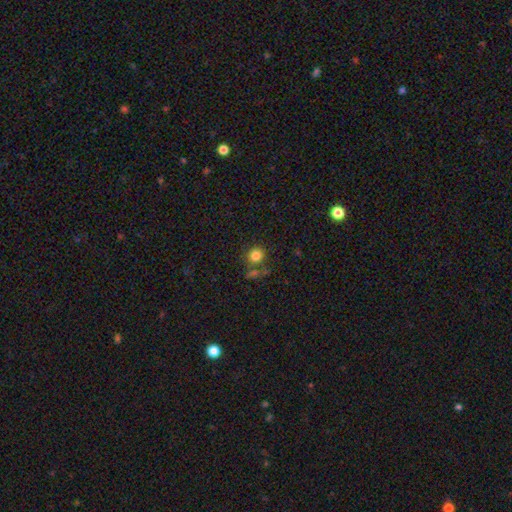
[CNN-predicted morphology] smooth 82%, star or artifact 12%, featured or disk 6%. Down the decision tree: how rounded — round (86%); merging — none (68%).